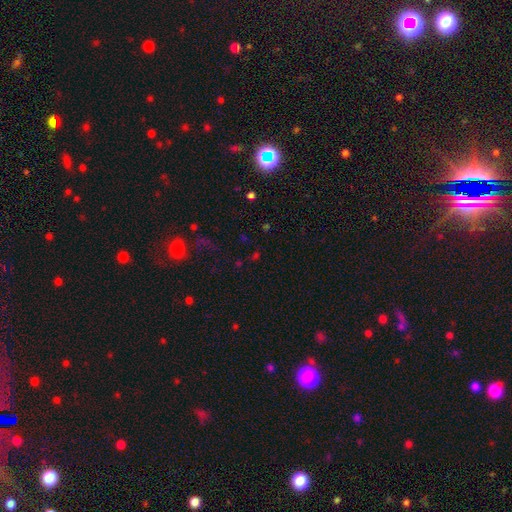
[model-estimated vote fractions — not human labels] This appears to be a star or artifact, not a galaxy (61%).